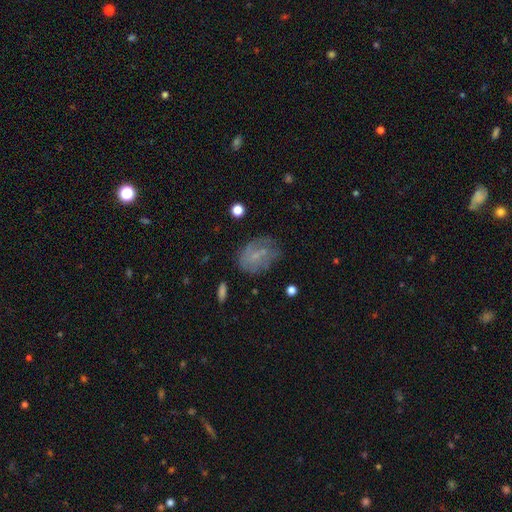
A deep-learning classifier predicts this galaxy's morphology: This appears to be a featured or disk galaxy (49%). Merging: none (56%).